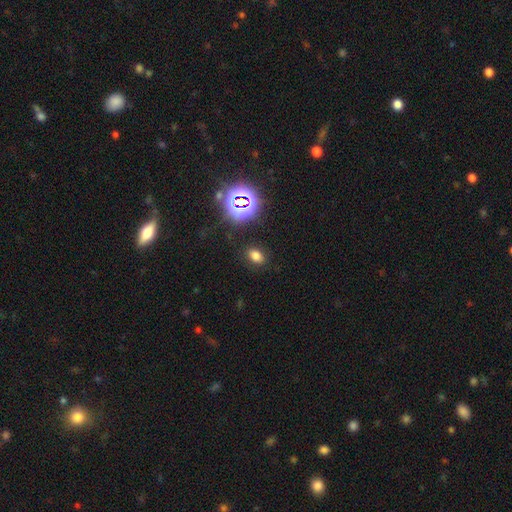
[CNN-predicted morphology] smooth 70%, star or artifact 23%, featured or disk 7%. Down the decision tree: how rounded — in between (81%); merging — none (86%).